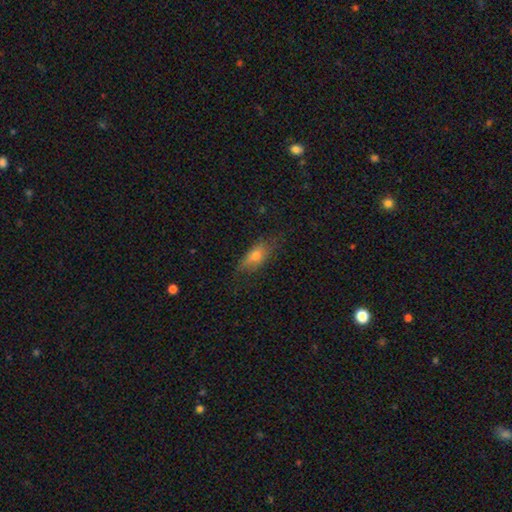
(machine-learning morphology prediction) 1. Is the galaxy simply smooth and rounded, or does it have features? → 64% smooth, 26% featured or disk, 10% star or artifact.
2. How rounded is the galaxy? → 75% in between, 19% cigar-shaped, 6% round.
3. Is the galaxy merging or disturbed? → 68% none, 23% minor disturbance, 7% major disturbance, 1% merger.